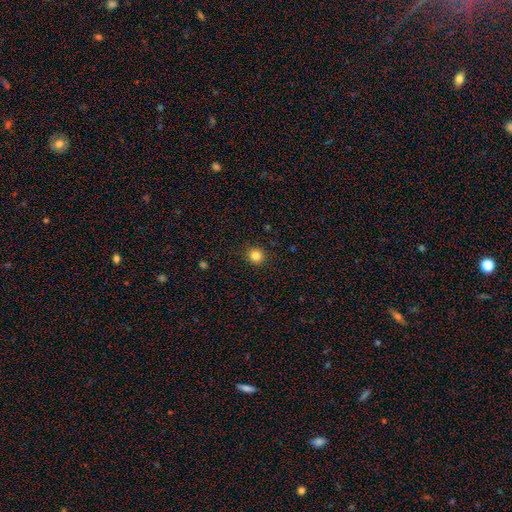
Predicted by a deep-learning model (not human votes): Overall: smooth (83%). How rounded: round (92%). Merging: none (92%).